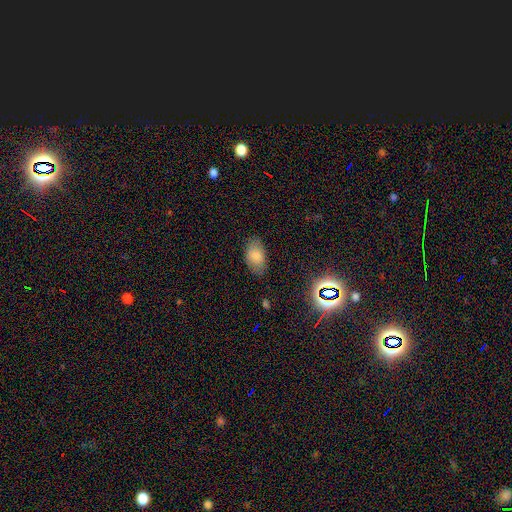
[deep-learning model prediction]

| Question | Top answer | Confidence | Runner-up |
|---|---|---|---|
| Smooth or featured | smooth | 79% | featured or disk (11%) |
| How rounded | in between | 93% | round (6%) |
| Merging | none | 80% | minor disturbance (15%) |